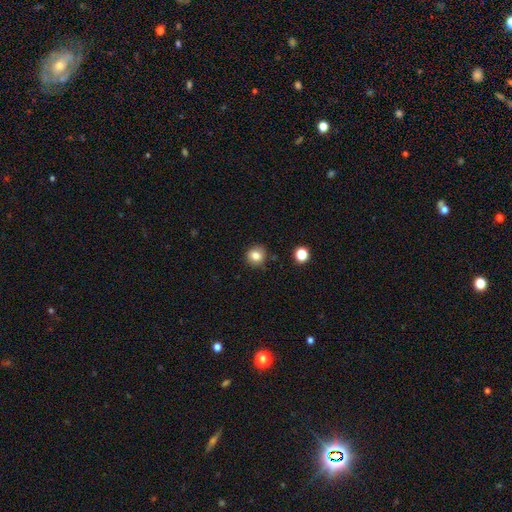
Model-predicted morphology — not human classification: type=smooth (82%); roundness=round (88%); merging=none (83%).